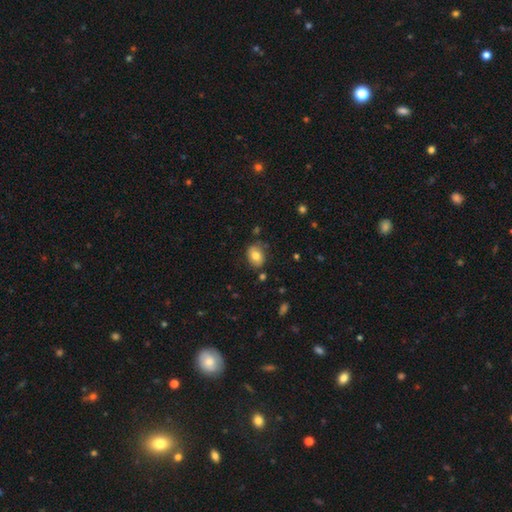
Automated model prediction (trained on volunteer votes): Q: Smooth or featured?
A: smooth (76%); runner-up: featured or disk (16%)
Q: How rounded?
A: in between (68%); runner-up: round (30%)
Q: Merging?
A: none (75%); runner-up: minor disturbance (17%)